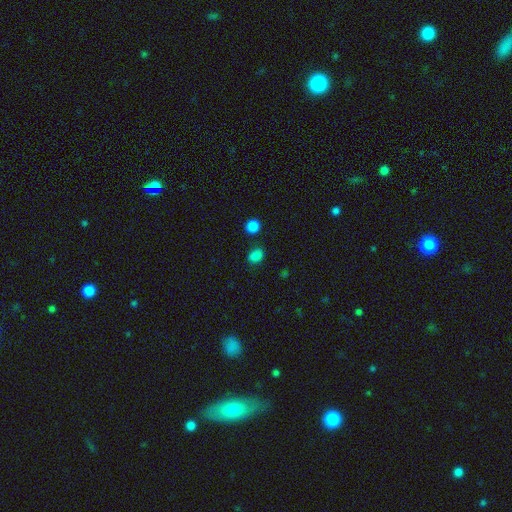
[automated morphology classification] smooth_or_featured: smooth (p=0.81) [alt: star or artifact p=0.15]
how_rounded: in between (p=0.65) [alt: round p=0.34]
merging: none (p=0.79) [alt: minor disturbance p=0.12]